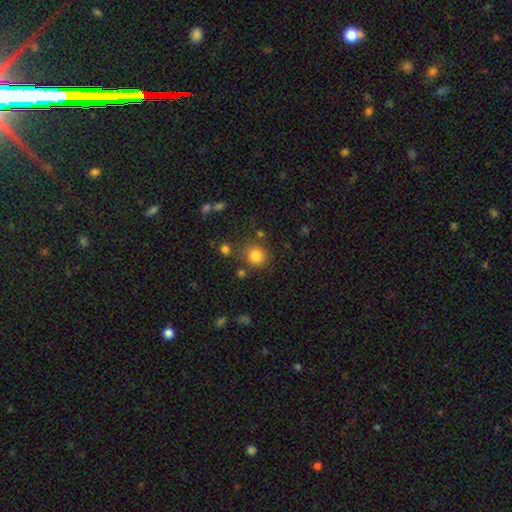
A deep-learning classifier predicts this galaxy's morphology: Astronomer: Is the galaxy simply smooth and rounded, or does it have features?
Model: smooth — 82%.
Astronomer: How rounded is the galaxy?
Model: round — 87%.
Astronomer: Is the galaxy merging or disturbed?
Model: none — 77%.